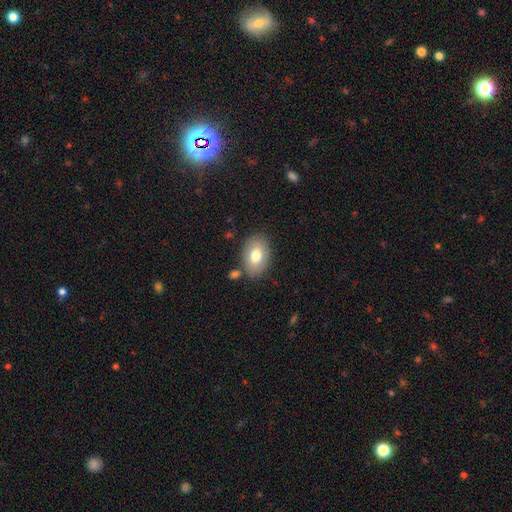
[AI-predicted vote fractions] Smooth or featured? Predicted: smooth (p=0.74). How rounded? Predicted: in between (p=0.82). Merging? Predicted: none (p=0.78).